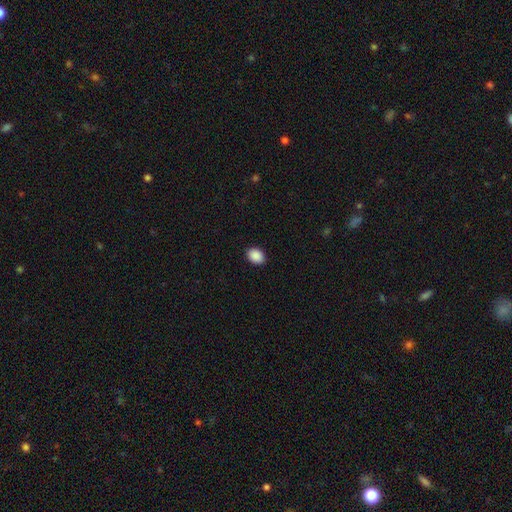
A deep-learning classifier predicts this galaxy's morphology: Q: Smooth or featured?
A: smooth (90%); runner-up: star or artifact (8%)
Q: How rounded?
A: in between (72%); runner-up: round (27%)
Q: Merging?
A: none (90%); runner-up: minor disturbance (7%)